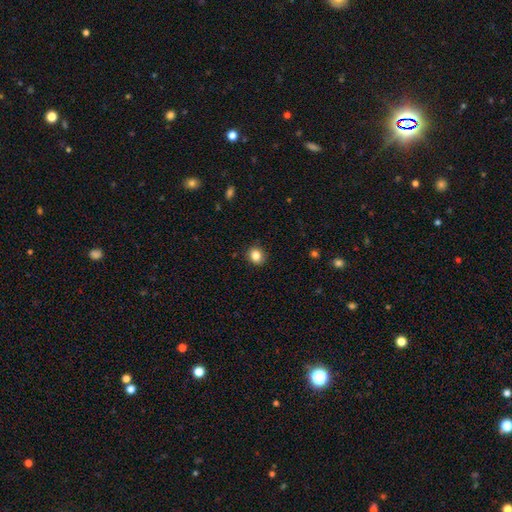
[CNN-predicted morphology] The model was most divided on "how rounded": round: 75%, in between: 24%, cigar-shaped: 1%. More confident: merging — none (89%); smooth or featured — smooth (84%).